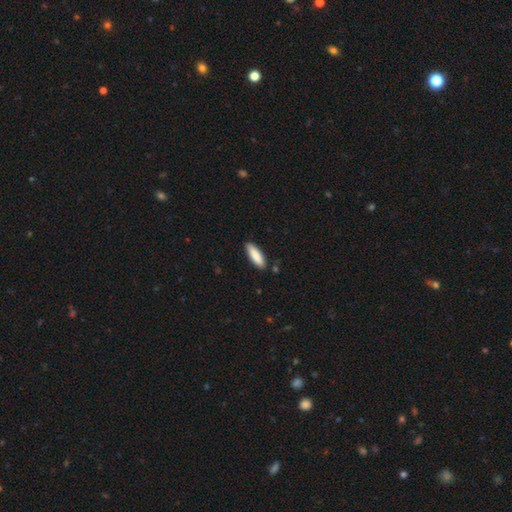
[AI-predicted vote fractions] Smooth or featured?
  - smooth: 87% *
  - featured or disk: 7%
  - star or artifact: 5%
How rounded?
  - cigar-shaped: 53% *
  - in between: 45%
  - round: 1%
Merging?
  - none: 85% *
  - minor disturbance: 11%
  - merger: 2%
  - major disturbance: 2%